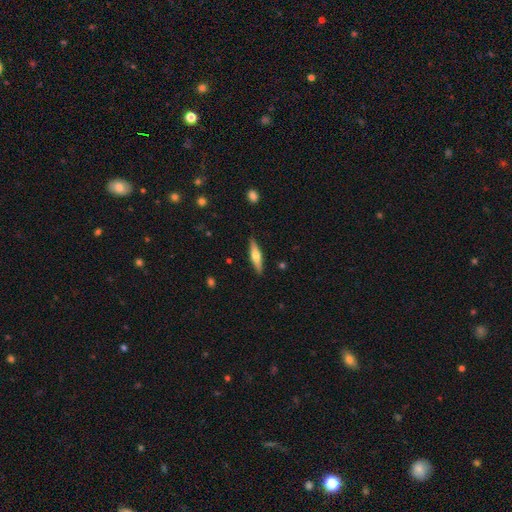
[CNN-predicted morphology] This appears to be a featured or disk galaxy (49%). Merging: none (89%).